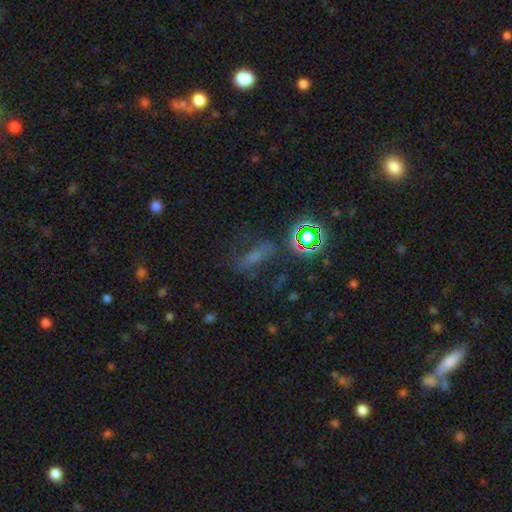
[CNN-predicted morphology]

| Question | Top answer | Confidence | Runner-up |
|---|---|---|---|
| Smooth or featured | star or artifact | 39% | smooth (36%) |